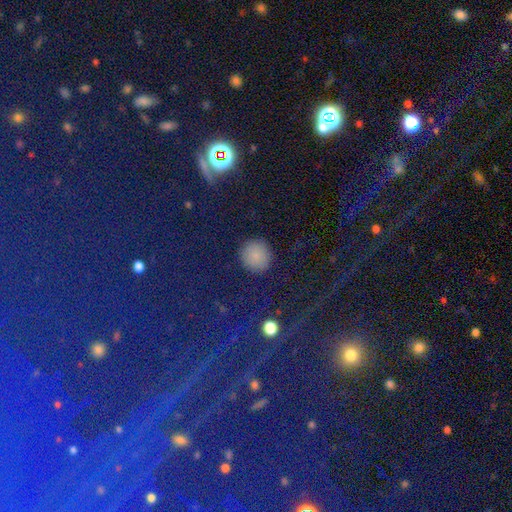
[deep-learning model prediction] Smooth or featured? Predicted: smooth (p=0.80). How rounded? Predicted: round (p=0.92). Merging? Predicted: none (p=0.90).